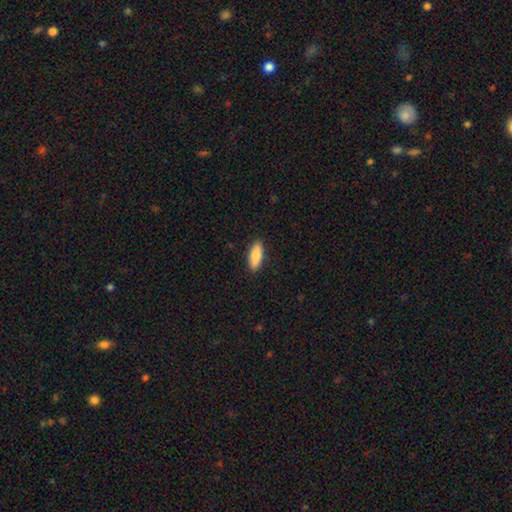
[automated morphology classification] This appears to be a smooth galaxy with no disk features (87%) that is in between round and cigar-shaped (70%). Merging: none (90%).